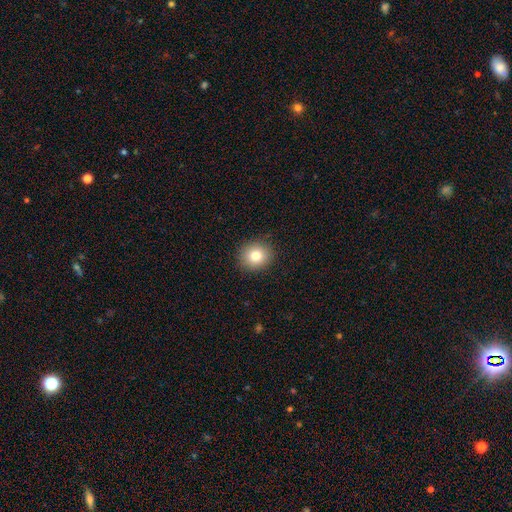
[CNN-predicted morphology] Smooth or featured: smooth — 81% (star or artifact — 10%)
How rounded: round — 81% (in between — 18%)
Merging: none — 90% (minor disturbance — 7%)